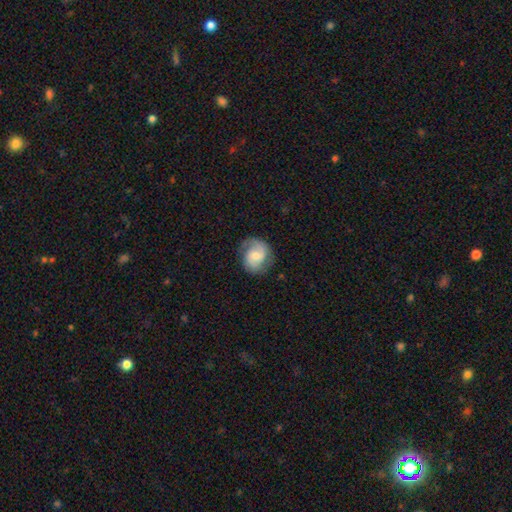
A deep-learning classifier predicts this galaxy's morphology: smooth-or-featured: featured or disk: 61% | smooth: 32% | star or artifact: 7%
  disk-edge-on: no: 98% | yes: 2%
    bar: no: 58% | weak: 35% | strong: 7%
    has-spiral-arms: yes: 91% | no: 9%
      spiral-winding: medium: 44% | tight: 34% | loose: 22%
      spiral-arm-count: 2: 76% | 1: 10% | can't tell: 9% | 3: 2% | 4: 1% | more than 4: 1%
    bulge-size: small: 46% | moderate: 42% | large: 6% | none: 5% | dominant: 1%
  merging: none: 70% | minor disturbance: 20% | major disturbance: 9% | merger: 1%